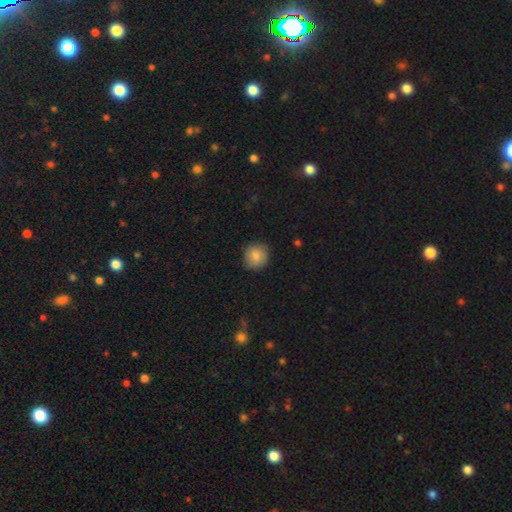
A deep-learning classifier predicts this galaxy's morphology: Q: Smooth or featured?
A: smooth (86%); runner-up: star or artifact (8%)
Q: How rounded?
A: round (90%); runner-up: in between (9%)
Q: Merging?
A: none (86%); runner-up: minor disturbance (11%)